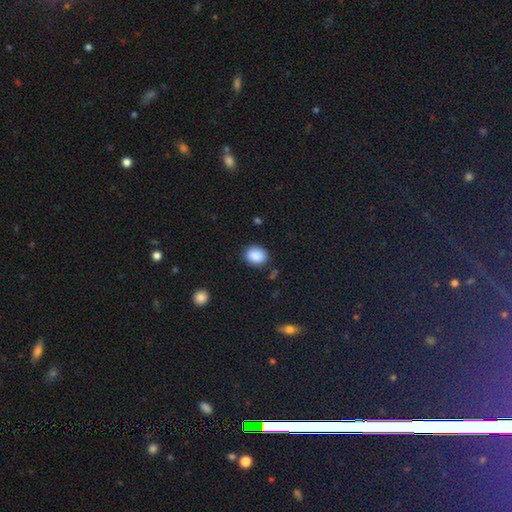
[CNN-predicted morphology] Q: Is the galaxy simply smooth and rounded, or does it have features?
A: smooth — 88%.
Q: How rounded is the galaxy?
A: in between — 54%.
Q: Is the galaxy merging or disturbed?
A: none — 84%.